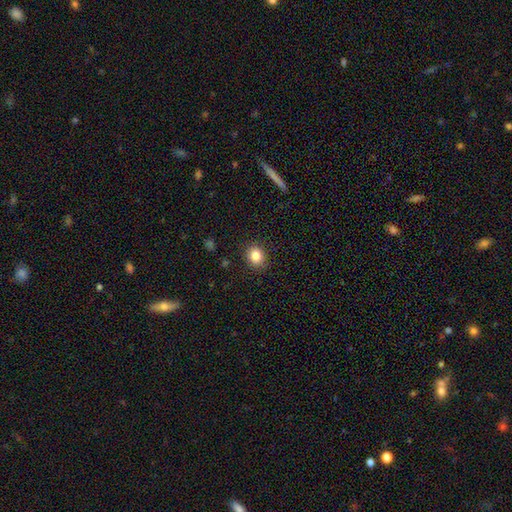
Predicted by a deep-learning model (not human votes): smooth_or_featured: smooth (p=0.83) [alt: star or artifact p=0.10]
how_rounded: round (p=0.70) [alt: in between p=0.29]
merging: none (p=0.89) [alt: minor disturbance p=0.08]